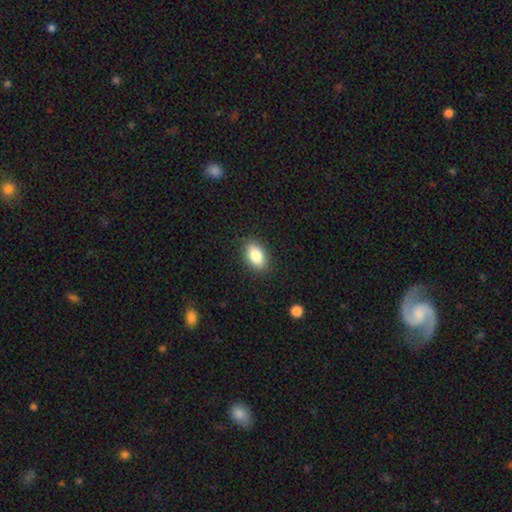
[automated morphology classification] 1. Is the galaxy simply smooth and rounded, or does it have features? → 84% smooth, 8% featured or disk, 7% star or artifact.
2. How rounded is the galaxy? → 91% in between, 7% round, 3% cigar-shaped.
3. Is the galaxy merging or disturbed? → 89% none, 8% minor disturbance, 2% major disturbance, 1% merger.